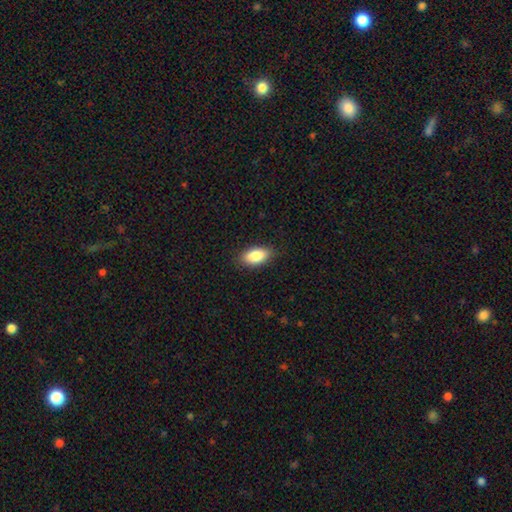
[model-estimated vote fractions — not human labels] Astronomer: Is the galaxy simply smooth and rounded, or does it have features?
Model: smooth — 87%.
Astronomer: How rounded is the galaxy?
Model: in between — 90%.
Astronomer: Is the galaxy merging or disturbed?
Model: none — 86%.